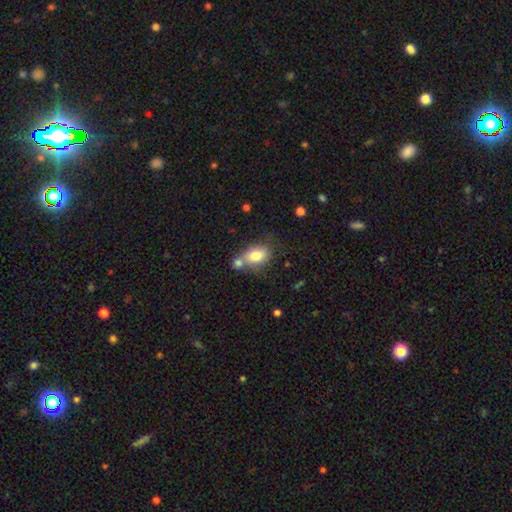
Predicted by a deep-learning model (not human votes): The model was most divided on "merging": none: 43%, merger: 39%, minor disturbance: 13%, major disturbance: 5%. More confident: smooth or featured — smooth (78%); how rounded — in between (71%).